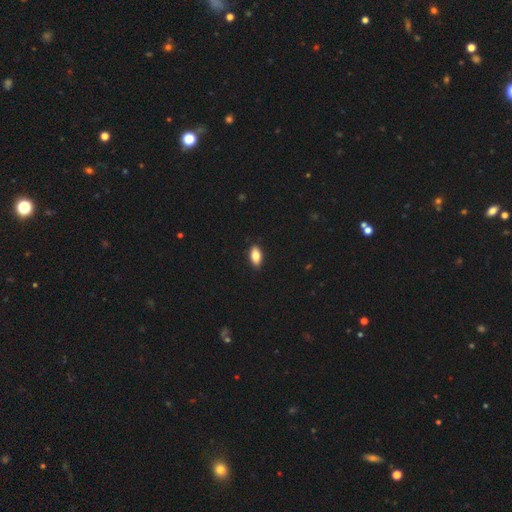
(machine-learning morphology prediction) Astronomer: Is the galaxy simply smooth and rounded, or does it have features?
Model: smooth — 82%.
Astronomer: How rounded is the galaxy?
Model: in between — 90%.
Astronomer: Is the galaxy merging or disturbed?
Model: none — 89%.